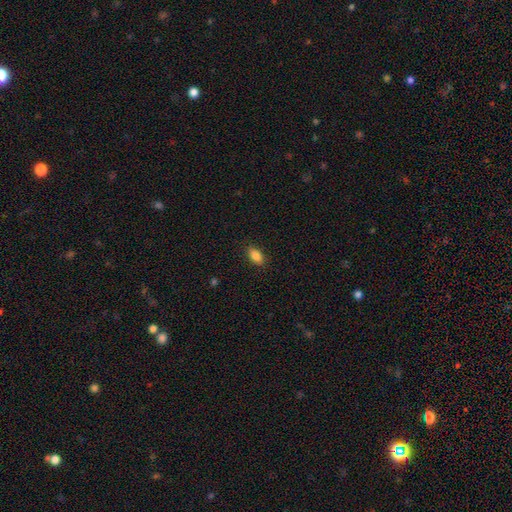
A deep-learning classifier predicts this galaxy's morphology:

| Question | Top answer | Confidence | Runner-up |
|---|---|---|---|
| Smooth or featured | smooth | 87% | star or artifact (8%) |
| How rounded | in between | 89% | round (6%) |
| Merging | none | 87% | minor disturbance (10%) |